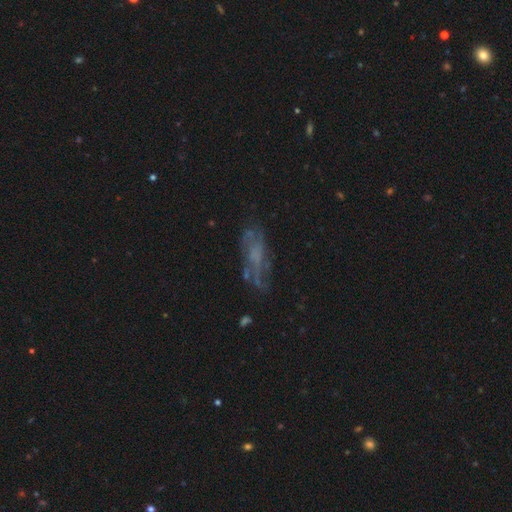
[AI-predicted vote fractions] Smooth or featured: featured or disk — 56% (smooth — 28%)
Edge-on disk: no — 84% (yes — 16%)
Merging: none — 58% (minor disturbance — 21%)